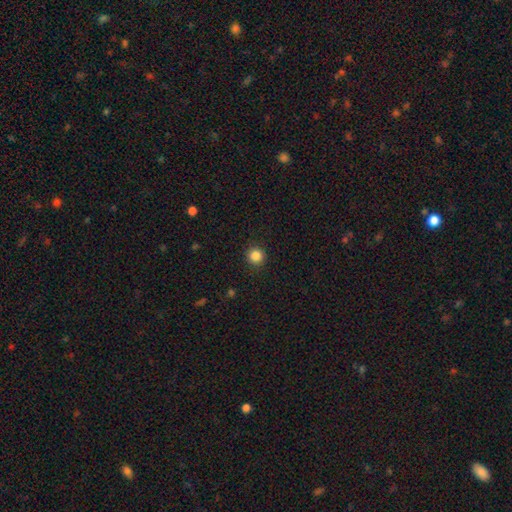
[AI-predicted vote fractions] This appears to be a smooth galaxy with no disk features (85%) that is round (94%). Merging: none (91%).